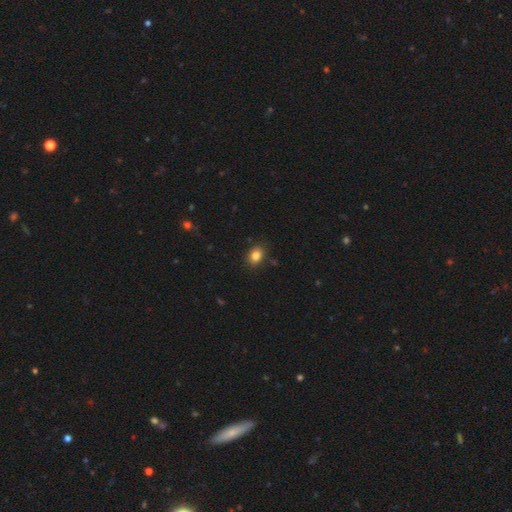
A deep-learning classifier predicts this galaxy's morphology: A smooth galaxy with no disk features (84%) that is in between round and cigar-shaped (66%). Merging: none (85%).